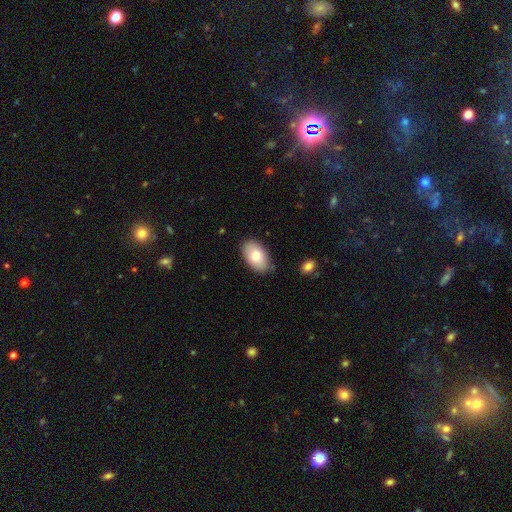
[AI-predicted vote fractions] A smooth galaxy with no disk features (76%) that is in between round and cigar-shaped (93%).

Vote fractions:
- Smooth or featured? smooth: 76% / featured or disk: 18% / star or artifact: 7%
- How rounded? in between: 93% / round: 6% / cigar-shaped: 1%
- Merging? none: 82% / minor disturbance: 13% / major disturbance: 3% / merger: 2%